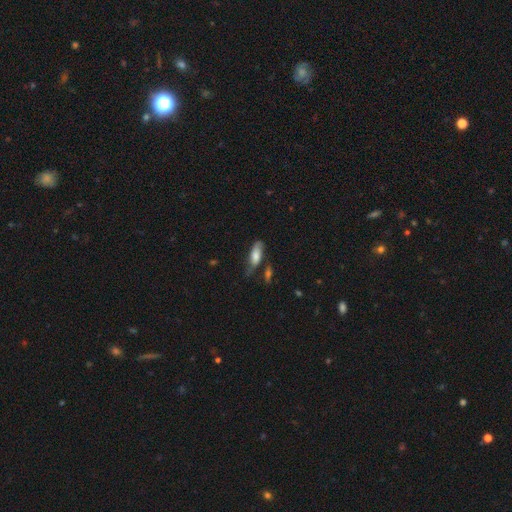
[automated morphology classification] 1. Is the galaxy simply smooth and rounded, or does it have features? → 68% smooth, 24% featured or disk, 7% star or artifact.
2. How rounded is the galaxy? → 71% in between, 27% cigar-shaped, 2% round.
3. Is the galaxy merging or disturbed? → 47% none, 29% minor disturbance, 13% major disturbance, 11% merger.